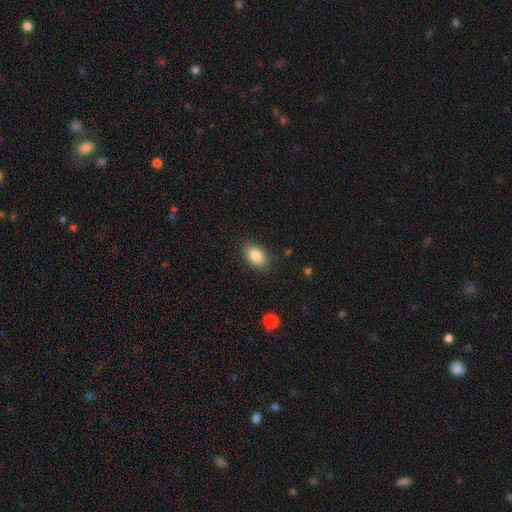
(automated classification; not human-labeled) A smooth galaxy with no disk features (85%) that is in between round and cigar-shaped (88%). Merging: none (86%).